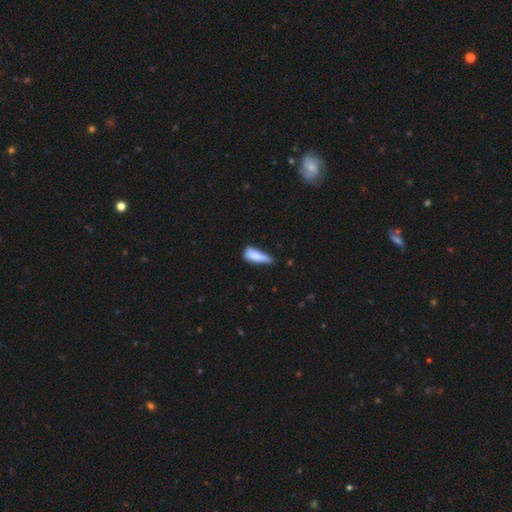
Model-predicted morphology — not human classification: smooth_or_featured: smooth (p=0.81) [alt: featured or disk p=0.11]
how_rounded: in between (p=0.54) [alt: cigar-shaped p=0.43]
merging: minor disturbance (p=0.47) [alt: none p=0.34]